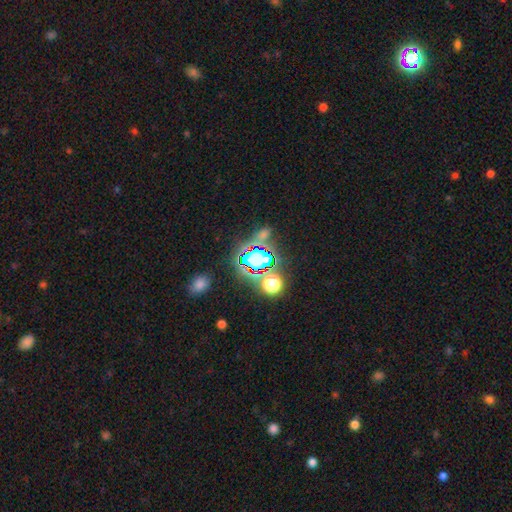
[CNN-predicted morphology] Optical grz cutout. It shows a star or artifact, not a galaxy (80%).